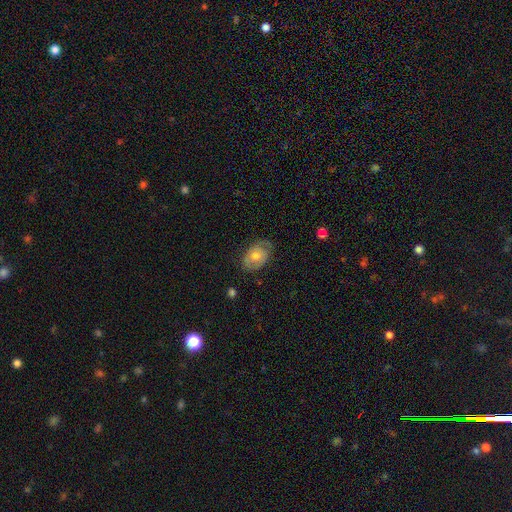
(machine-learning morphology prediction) Smooth or featured? Predicted: featured or disk (p=0.52). Edge-on disk? Predicted: no (p=0.94). Merging? Predicted: none (p=0.72).